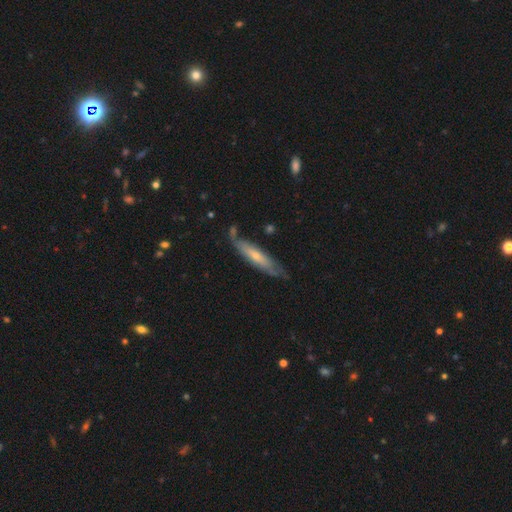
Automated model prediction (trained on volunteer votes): Smooth or featured? Predicted: featured or disk (p=0.50). Merging? Predicted: none (p=0.66).